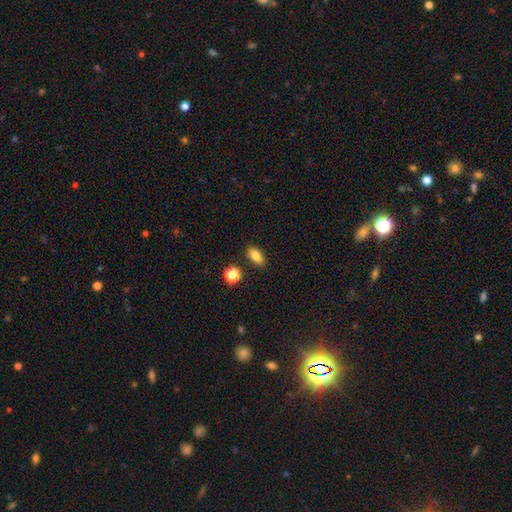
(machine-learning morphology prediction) A smooth galaxy with no disk features (81%) that is in between round and cigar-shaped (84%). Merging: none (86%).